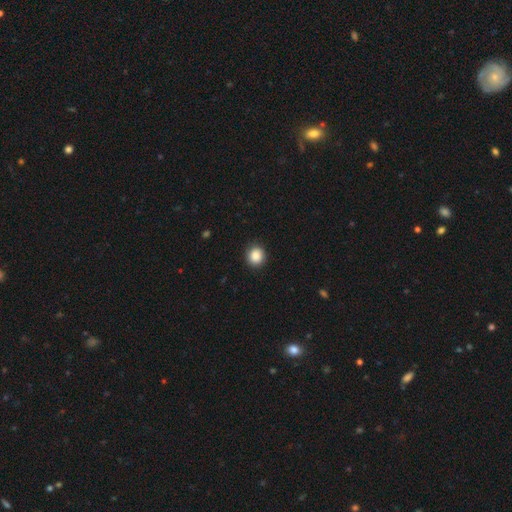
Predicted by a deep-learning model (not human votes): This appears to be a smooth galaxy with no disk features (88%) that is round (86%). Merging: none (89%).